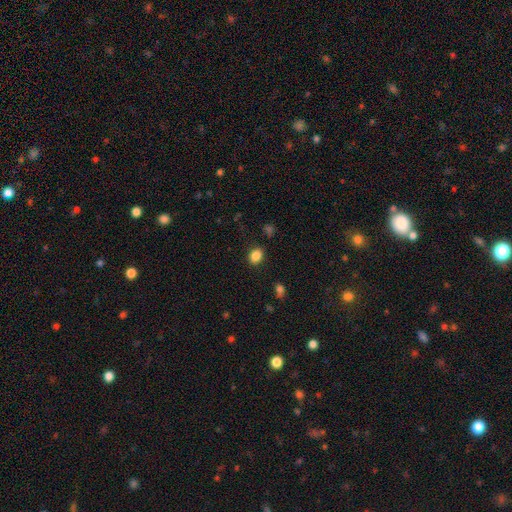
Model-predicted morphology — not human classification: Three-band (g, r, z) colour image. It shows a smooth galaxy with no disk features (86%) that is in between round and cigar-shaped (66%). Merging: none (86%).